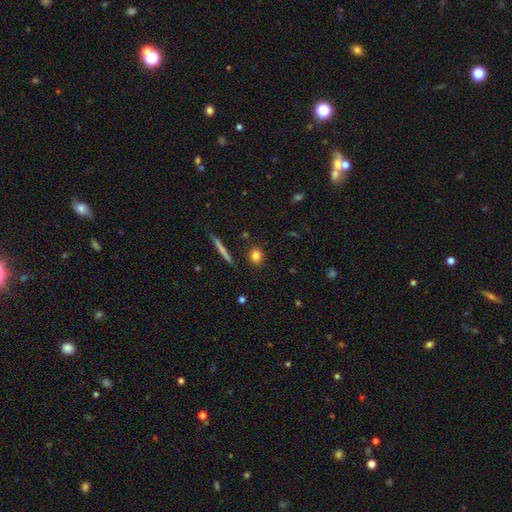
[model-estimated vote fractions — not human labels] A smooth galaxy with no disk features (82%) that is round (63%).

Vote fractions:
- Smooth or featured? smooth: 82% / star or artifact: 10% / featured or disk: 8%
- How rounded? round: 63% / in between: 32% / cigar-shaped: 5%
- Merging? none: 87% / minor disturbance: 8% / merger: 3% / major disturbance: 2%